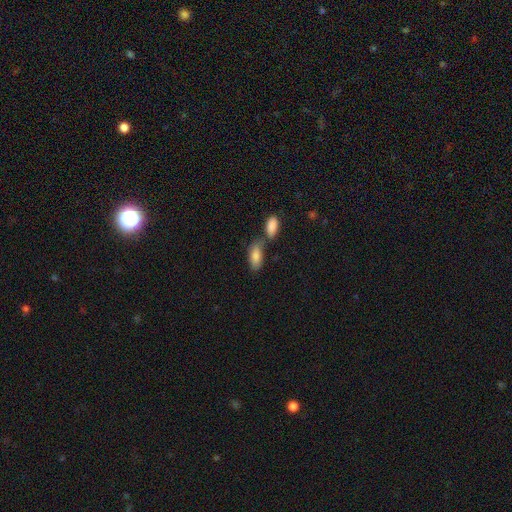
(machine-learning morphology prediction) Smooth or featured? smooth (83%)
How rounded? in between (87%)
Merging? none (46%)